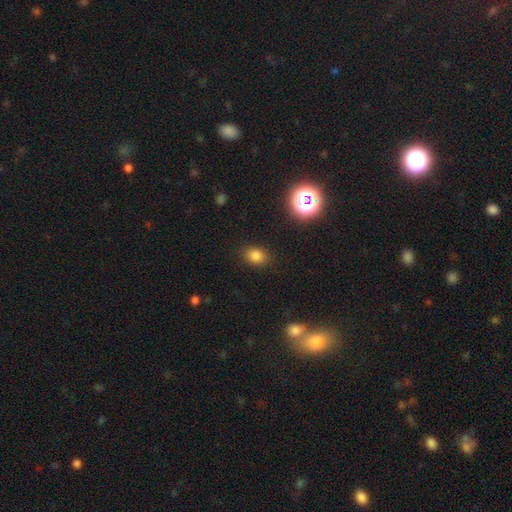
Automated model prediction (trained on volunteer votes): smooth_or_featured: smooth (p=0.79) [alt: star or artifact p=0.15]
how_rounded: in between (p=0.58) [alt: round p=0.41]
merging: none (p=0.86) [alt: minor disturbance p=0.09]